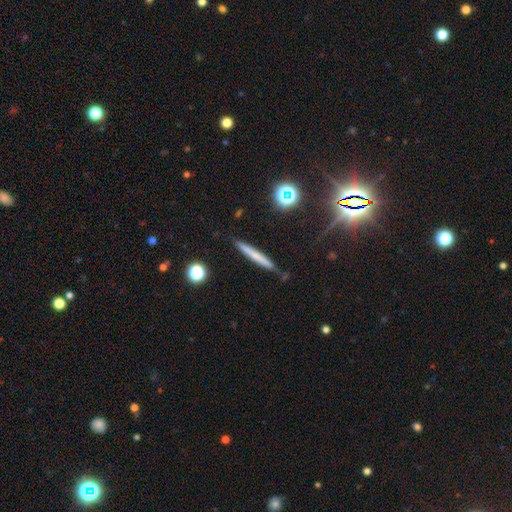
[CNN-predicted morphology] smooth-or-featured: smooth: 56% | featured or disk: 34% | star or artifact: 10%
  how-rounded: cigar-shaped: 95% | in between: 3% | round: 2%
  merging: none: 86% | minor disturbance: 10% | merger: 2% | major disturbance: 2%